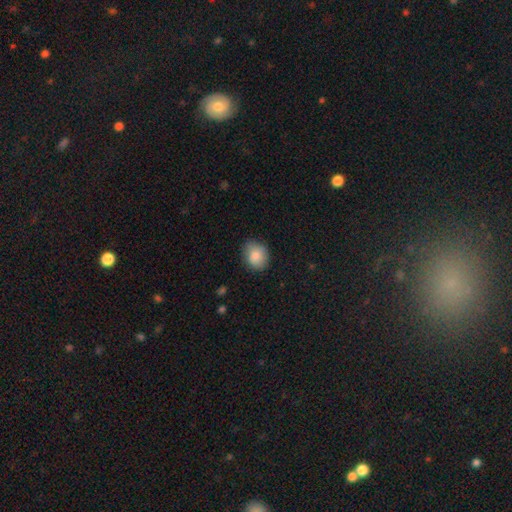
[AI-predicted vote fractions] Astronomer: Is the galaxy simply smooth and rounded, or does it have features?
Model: smooth — 85%.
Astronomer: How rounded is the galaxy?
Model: round — 63%.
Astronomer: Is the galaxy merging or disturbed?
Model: none — 79%.